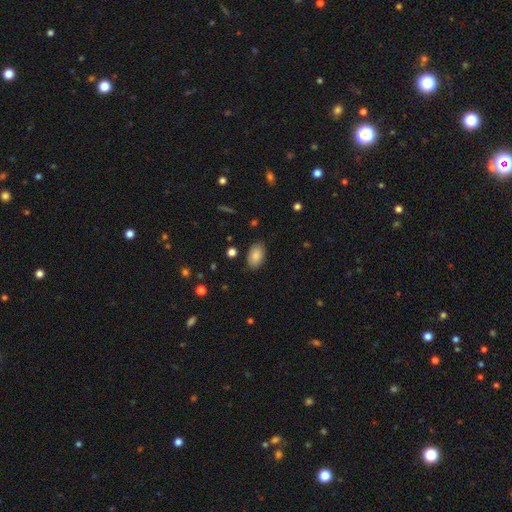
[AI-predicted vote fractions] smooth-or-featured: smooth: 86% | star or artifact: 7% | featured or disk: 7%
  how-rounded: in between: 92% | round: 6% | cigar-shaped: 1%
  merging: none: 86% | minor disturbance: 10% | major disturbance: 2% | merger: 1%